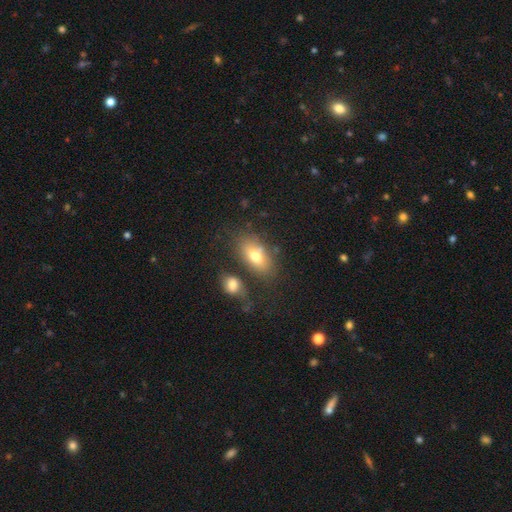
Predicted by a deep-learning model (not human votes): Morphology: type=smooth (72%); roundness=in between (89%); merging=none (62%).